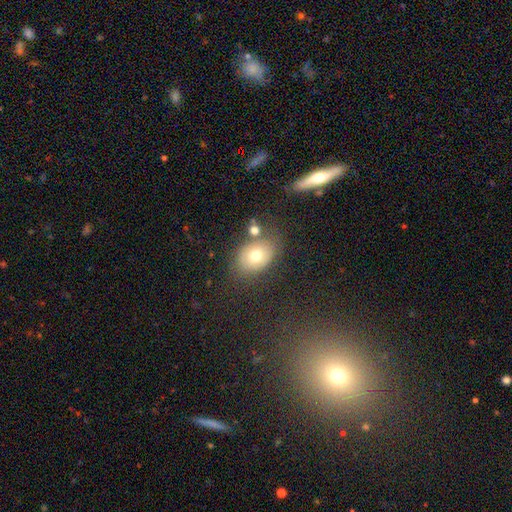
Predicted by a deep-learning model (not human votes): Q: Smooth or featured?
A: smooth (69%); runner-up: featured or disk (20%)
Q: How rounded?
A: in between (72%); runner-up: round (27%)
Q: Merging?
A: none (70%); runner-up: minor disturbance (15%)